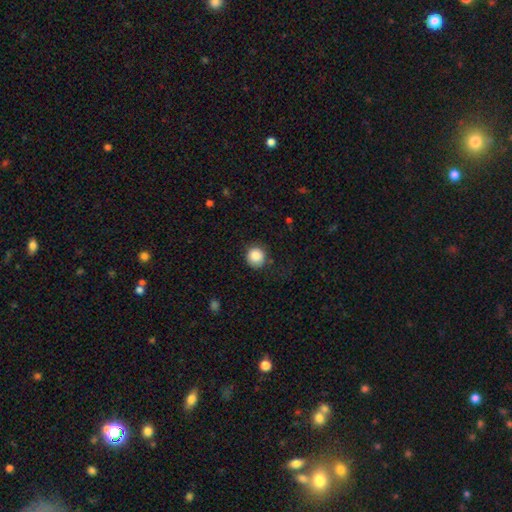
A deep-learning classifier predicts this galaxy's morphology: This appears to be a smooth galaxy with no disk features (87%) that is round (93%). Merging: none (81%).